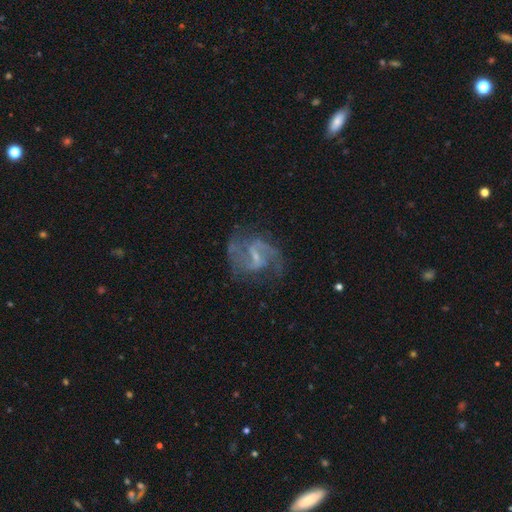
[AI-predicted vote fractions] A featured or disk galaxy (87%) with a weak bar (56%), 2 (83%) medium (53%) spiral arms (94%) and a small central bulge (66%). Merging: none (66%).